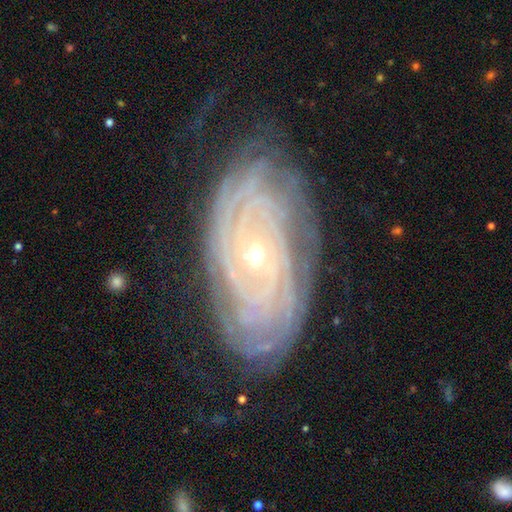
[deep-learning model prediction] Smooth or featured? featured or disk (89%)
Edge-on disk? no (95%)
Bar? no (72%)
Spiral arms? yes (97%)
Spiral winding? tight (86%)
Spiral arm count? can't tell (30%)
Bulge size? small (71%)
Merging? none (77%)